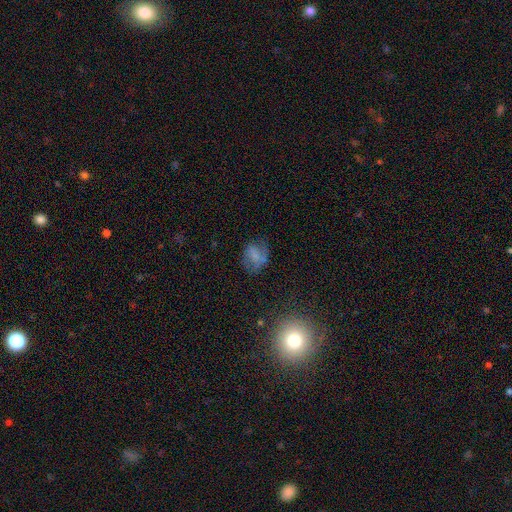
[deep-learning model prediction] Overall: smooth (56%; featured or disk 31%). How rounded: in between (56%; round 42%). Merging: none (55%; minor disturbance 25%).